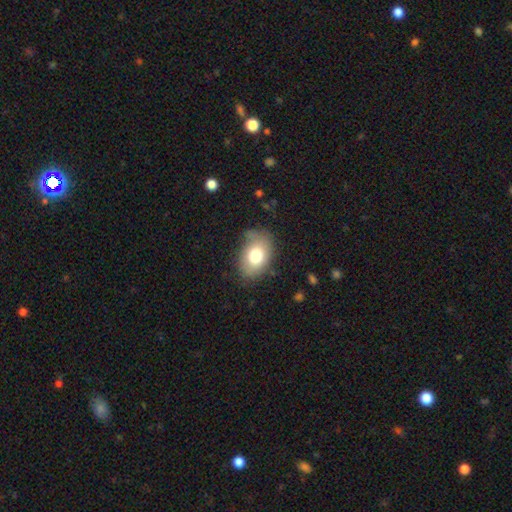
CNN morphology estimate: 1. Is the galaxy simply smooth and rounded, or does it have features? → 75% smooth, 16% featured or disk, 8% star or artifact.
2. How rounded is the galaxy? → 82% in between, 17% round, 1% cigar-shaped.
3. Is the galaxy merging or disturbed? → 72% none, 21% minor disturbance, 6% major disturbance, 2% merger.